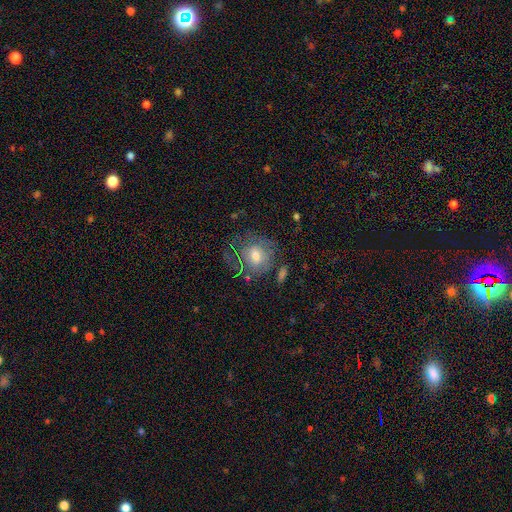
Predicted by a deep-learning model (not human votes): smooth_or_featured: featured or disk (p=0.49) [alt: smooth p=0.41]
merging: none (p=0.56) [alt: minor disturbance p=0.22]